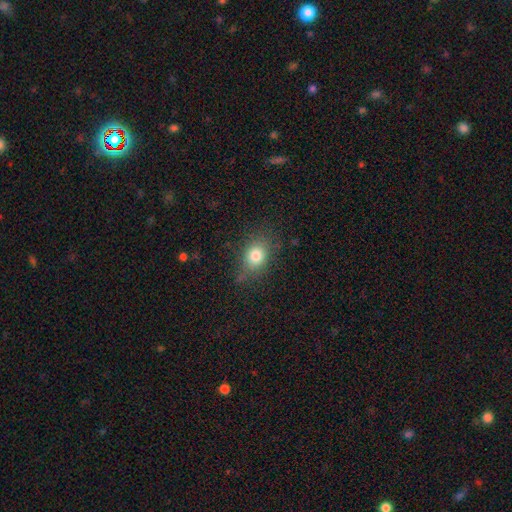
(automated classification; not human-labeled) smooth_or_featured: smooth (p=0.77) [alt: star or artifact p=0.12]
how_rounded: in between (p=0.52) [alt: round p=0.46]
merging: none (p=0.70) [alt: minor disturbance p=0.21]